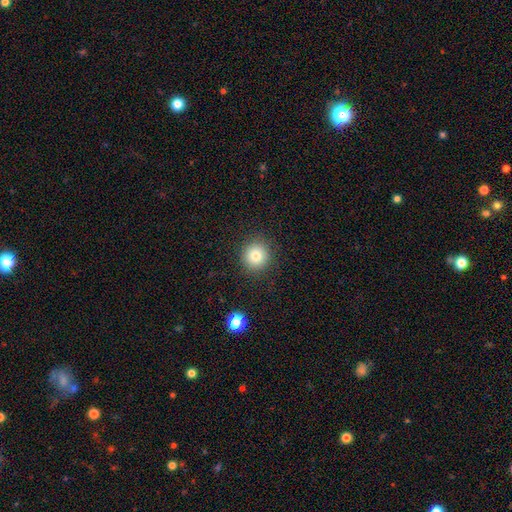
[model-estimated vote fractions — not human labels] The model was most divided on "smooth or featured": smooth: 81%, star or artifact: 11%, featured or disk: 8%. More confident: how rounded — round (93%); merging — none (90%).